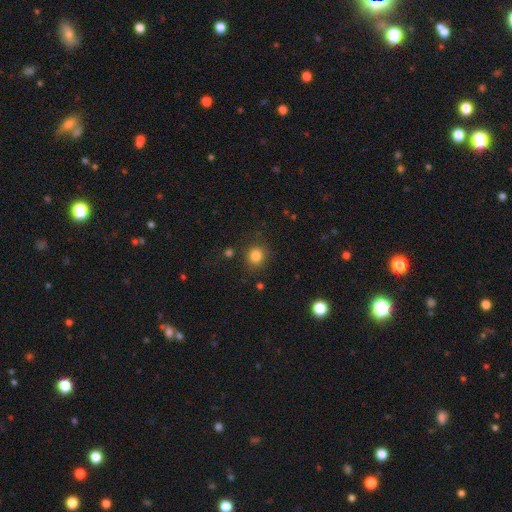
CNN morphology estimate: Q: Smooth or featured?
A: smooth (82%); runner-up: star or artifact (12%)
Q: How rounded?
A: round (85%); runner-up: in between (14%)
Q: Merging?
A: none (84%); runner-up: minor disturbance (10%)